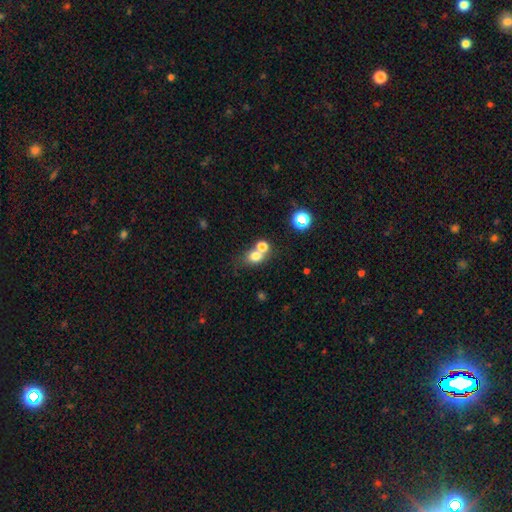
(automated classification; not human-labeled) smooth_or_featured: smooth (p=0.74) [alt: star or artifact p=0.14]
how_rounded: round (p=0.63) [alt: in between p=0.36]
merging: none (p=0.44) [alt: merger p=0.43]